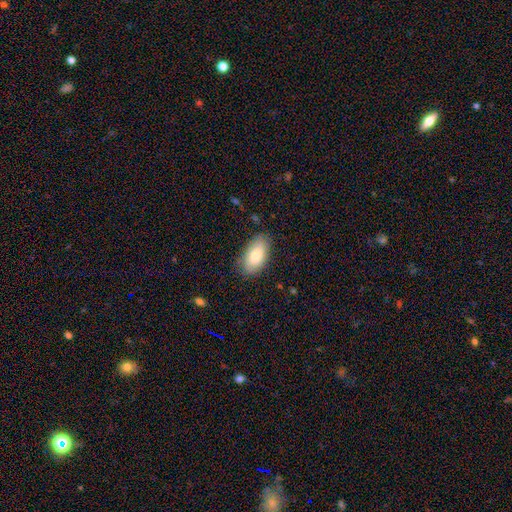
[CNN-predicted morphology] A smooth galaxy with no disk features (78%) that is in between round and cigar-shaped (93%).

Vote fractions:
- Smooth or featured? smooth: 78% / featured or disk: 16% / star or artifact: 6%
- How rounded? in between: 93% / cigar-shaped: 4% / round: 3%
- Merging? none: 81% / minor disturbance: 14% / major disturbance: 3% / merger: 1%